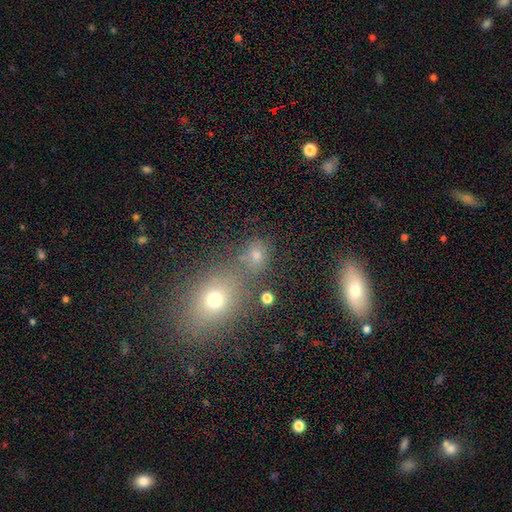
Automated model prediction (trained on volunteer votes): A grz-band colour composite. It shows a smooth galaxy with no disk features (67%) that is round (62%). Merging: none (62%).